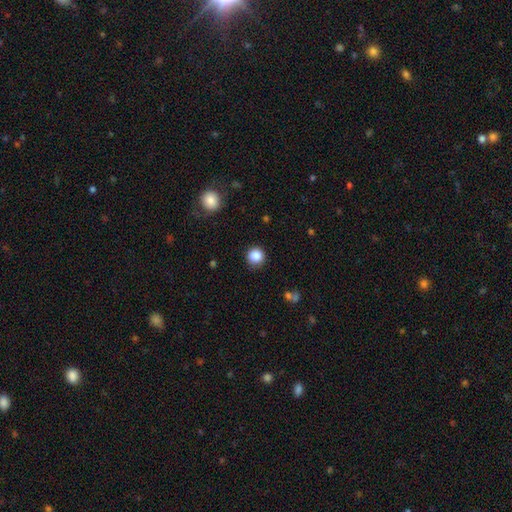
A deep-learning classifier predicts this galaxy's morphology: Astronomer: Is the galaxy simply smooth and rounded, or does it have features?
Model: smooth — 86%.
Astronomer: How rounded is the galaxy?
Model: round — 93%.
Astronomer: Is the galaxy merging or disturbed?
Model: none — 87%.